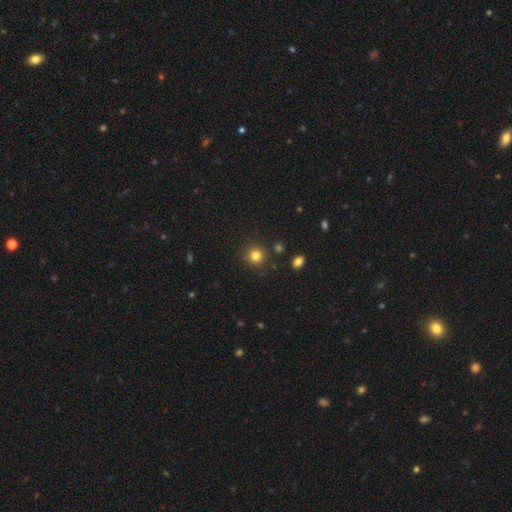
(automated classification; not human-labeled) Morphology: type=smooth (81%); roundness=round (92%); merging=none (87%).